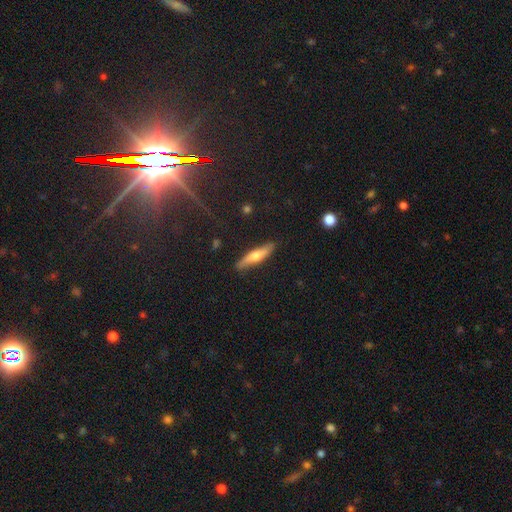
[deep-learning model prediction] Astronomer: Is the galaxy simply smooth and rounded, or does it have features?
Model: smooth — 51% (runner-up: featured or disk, 43%).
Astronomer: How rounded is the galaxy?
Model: cigar-shaped — 80%.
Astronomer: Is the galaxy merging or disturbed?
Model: none — 86%.